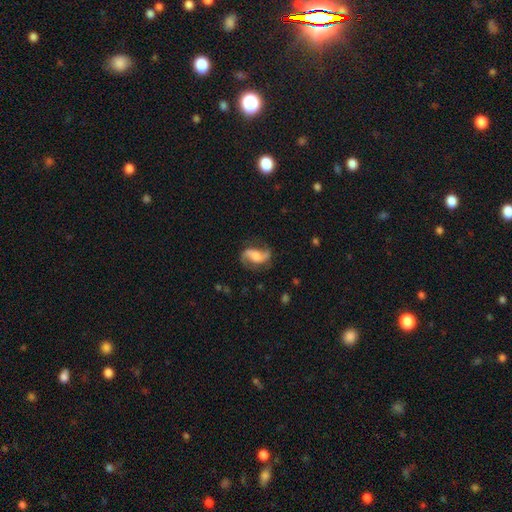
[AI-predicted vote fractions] This appears to be a featured or disk galaxy (75%) with no bar (42%), 2 (89%) loose (57%) spiral arms (93%) and a moderate central bulge (29%). Merging: none (66%).